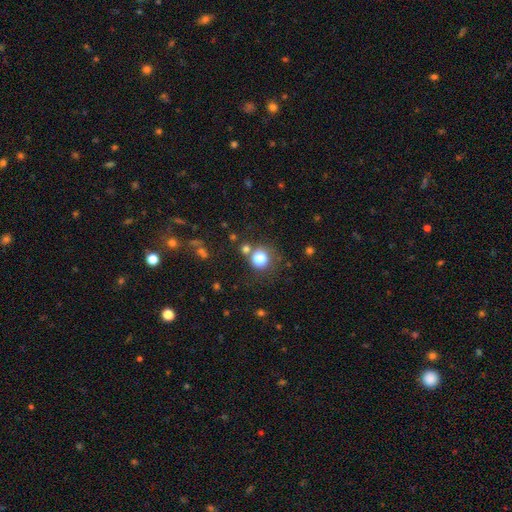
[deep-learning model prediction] Q: Smooth or featured?
A: smooth (62%); runner-up: star or artifact (31%)
Q: How rounded?
A: round (92%); runner-up: in between (7%)
Q: Merging?
A: none (81%); runner-up: minor disturbance (8%)